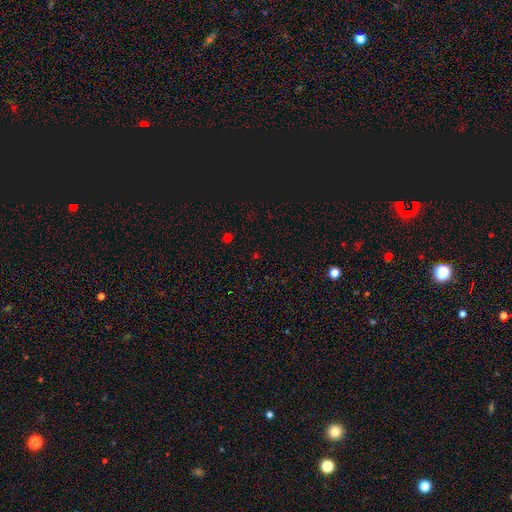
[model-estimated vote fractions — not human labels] Smooth or featured: star or artifact — 55% (smooth — 39%)